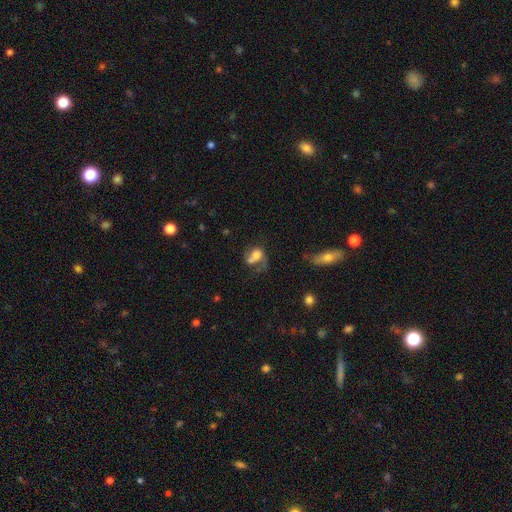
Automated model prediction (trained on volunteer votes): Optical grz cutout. It shows a smooth galaxy with no disk features (51%) that is in between round and cigar-shaped (61%). Merging: merger (37%).